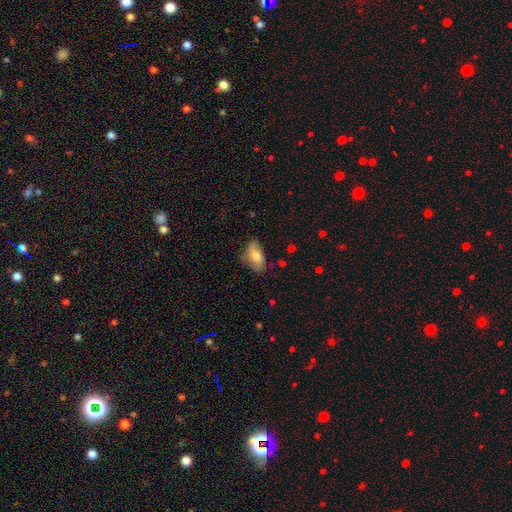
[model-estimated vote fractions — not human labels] A smooth galaxy with no disk features (73%) that is in between round and cigar-shaped (90%). Merging: none (63%).